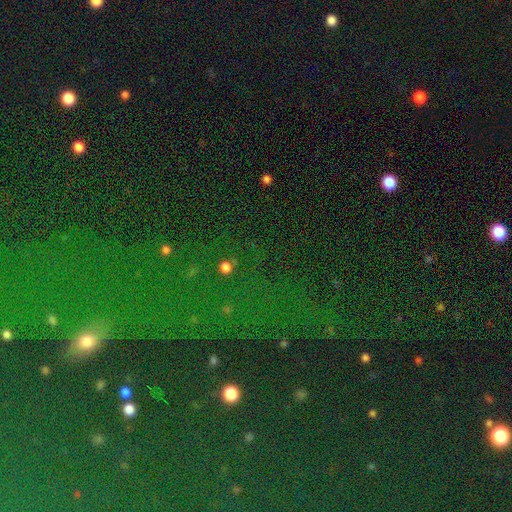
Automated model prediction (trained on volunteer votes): star or artifact 74%, smooth 17%, featured or disk 9%.